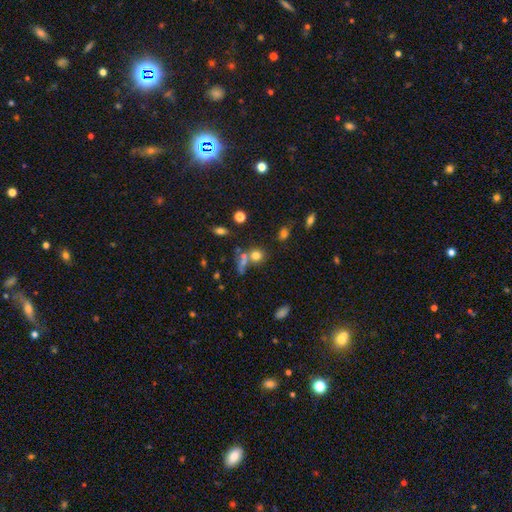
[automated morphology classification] A smooth galaxy with no disk features (71%) that is round (75%).

Vote fractions:
- Smooth or featured? smooth: 71% / star or artifact: 17% / featured or disk: 12%
- How rounded? round: 75% / in between: 22% / cigar-shaped: 3%
- Merging? none: 50% / merger: 32% / minor disturbance: 11% / major disturbance: 7%